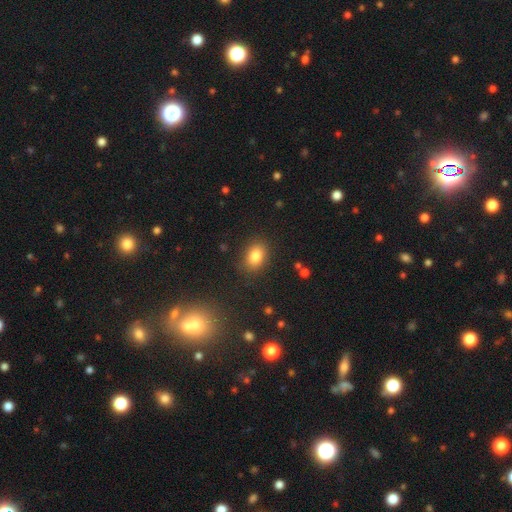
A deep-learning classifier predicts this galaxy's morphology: Smooth or featured?
  - smooth: 82% *
  - star or artifact: 10%
  - featured or disk: 8%
How rounded?
  - in between: 70% *
  - round: 29%
  - cigar-shaped: 1%
Merging?
  - none: 85% *
  - minor disturbance: 10%
  - major disturbance: 3%
  - merger: 2%